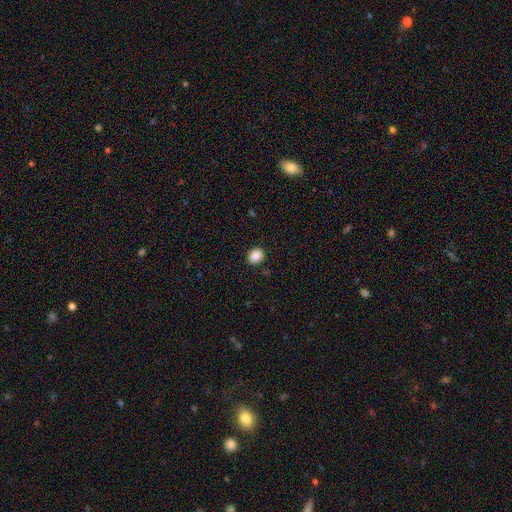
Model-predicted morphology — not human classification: smooth 88%, star or artifact 9%, featured or disk 3%. Down the decision tree: how rounded — round (61%); merging — none (89%).